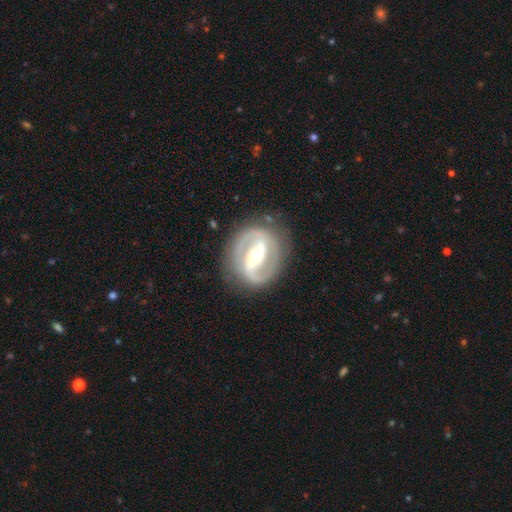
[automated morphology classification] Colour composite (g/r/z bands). It shows a featured or disk galaxy (89%) with a strong bar (64%), 2 (91%) medium (51%) spiral arms (93%) and a moderate central bulge (62%). Merging: none (83%).